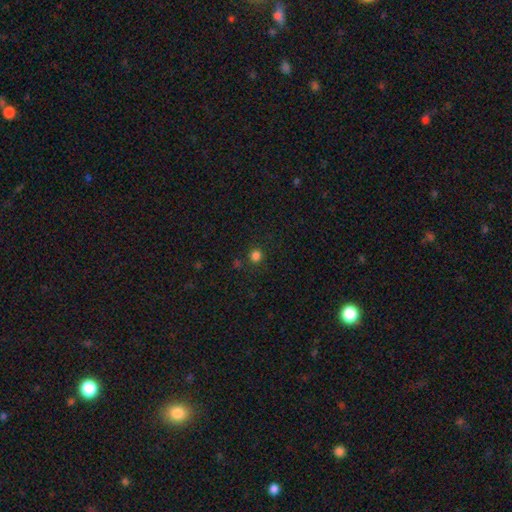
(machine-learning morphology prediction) A smooth galaxy with no disk features (81%) that is round (93%). Merging: none (87%).